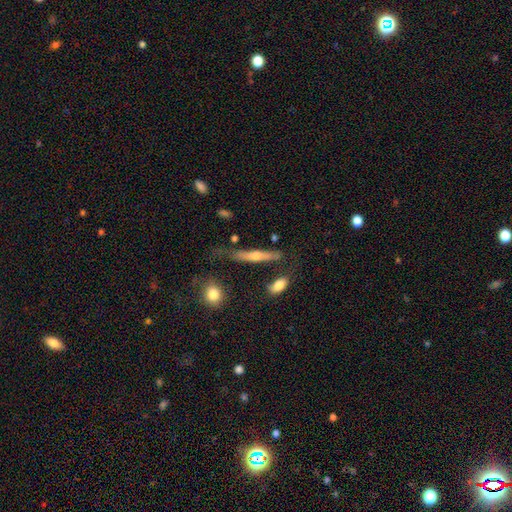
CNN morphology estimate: smooth-or-featured: featured or disk: 47% | smooth: 45% | star or artifact: 8%
  merging: none: 65% | minor disturbance: 21% | major disturbance: 8% | merger: 6%